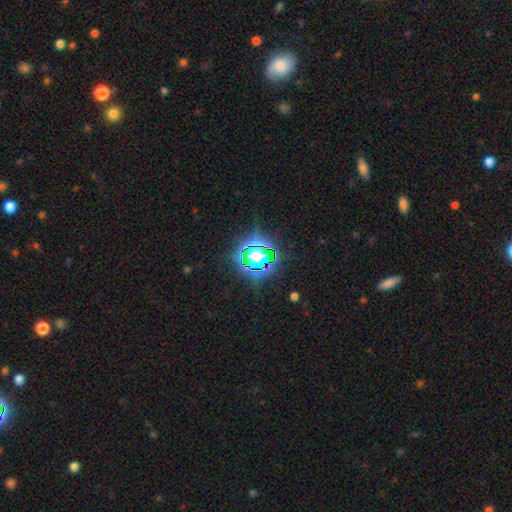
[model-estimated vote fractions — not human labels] Smooth or featured? star or artifact (65%)